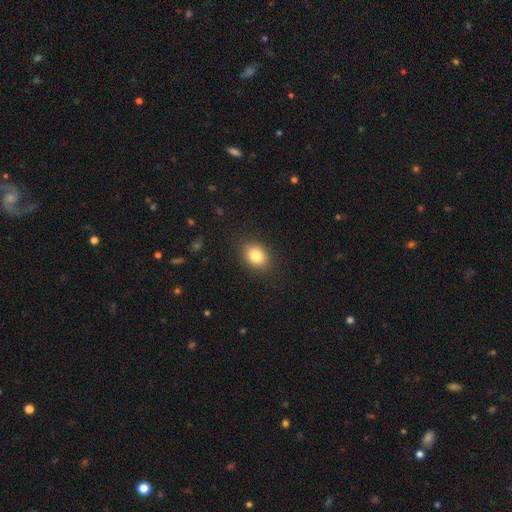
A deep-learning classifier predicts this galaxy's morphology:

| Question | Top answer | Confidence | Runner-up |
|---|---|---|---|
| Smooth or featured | smooth | 84% | star or artifact (9%) |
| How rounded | in between | 65% | round (34%) |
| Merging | none | 87% | minor disturbance (9%) |